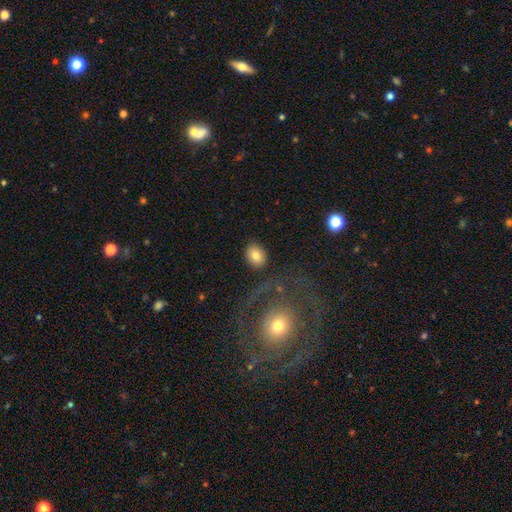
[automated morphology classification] Smooth or featured?
  - smooth: 79% *
  - featured or disk: 12%
  - star or artifact: 9%
How rounded?
  - in between: 51% *
  - round: 48%
  - cigar-shaped: 1%
Merging?
  - none: 83% *
  - minor disturbance: 9%
  - major disturbance: 4%
  - merger: 3%